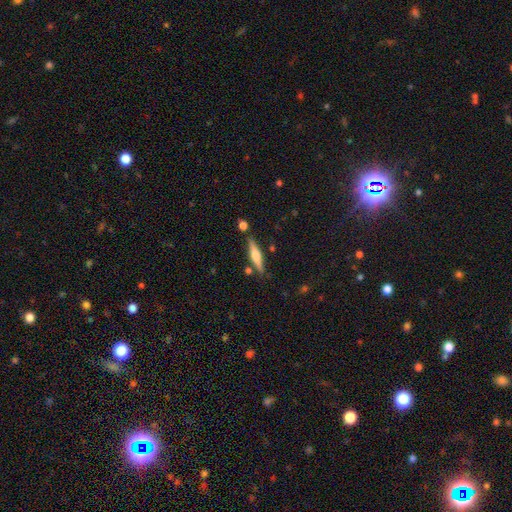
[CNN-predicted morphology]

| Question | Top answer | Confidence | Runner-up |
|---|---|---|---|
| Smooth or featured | featured or disk | 58% | smooth (36%) |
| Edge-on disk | yes | 96% | no (4%) |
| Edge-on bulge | rounded | 88% | boxy (8%) |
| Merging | none | 82% | minor disturbance (10%) |